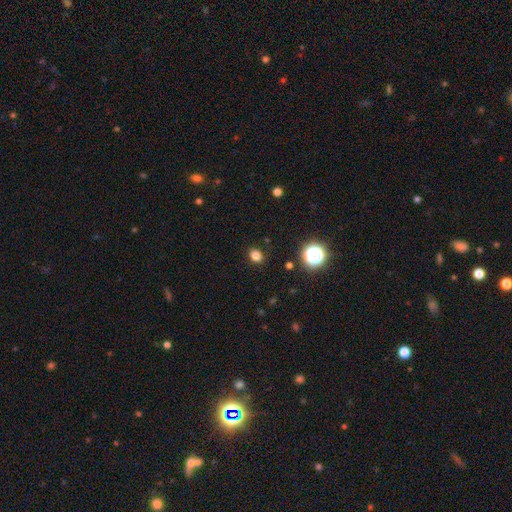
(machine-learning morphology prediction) Smooth or featured: smooth — 80% (star or artifact — 16%)
How rounded: round — 55% (in between — 44%)
Merging: none — 89% (minor disturbance — 8%)